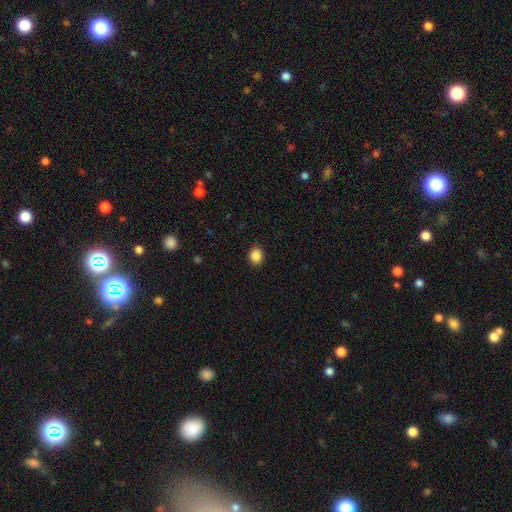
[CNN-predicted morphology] Overall: smooth (87%). How rounded: round (69%; in between 31%). Merging: none (91%).